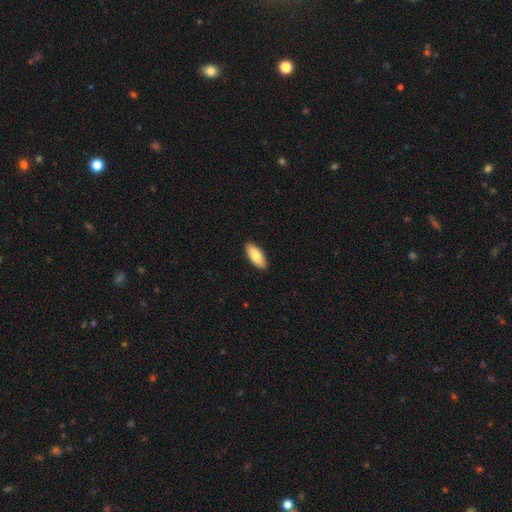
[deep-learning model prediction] Q: Smooth or featured?
A: smooth (80%); runner-up: featured or disk (14%)
Q: How rounded?
A: in between (85%); runner-up: cigar-shaped (13%)
Q: Merging?
A: none (90%); runner-up: minor disturbance (7%)